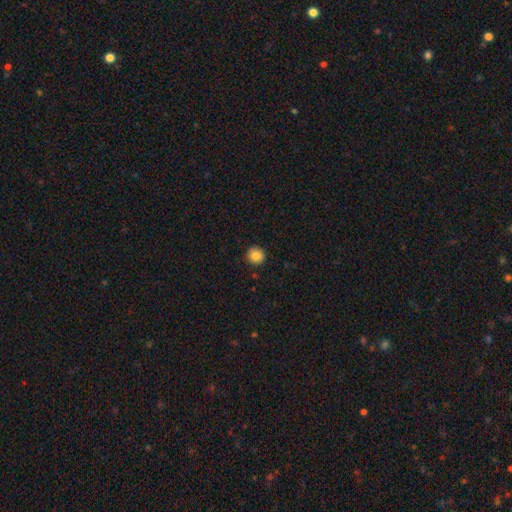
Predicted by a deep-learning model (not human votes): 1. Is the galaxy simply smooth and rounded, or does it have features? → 84% smooth, 10% star or artifact, 6% featured or disk.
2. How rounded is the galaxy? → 94% round, 5% in between, 1% cigar-shaped.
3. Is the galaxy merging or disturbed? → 90% none, 7% minor disturbance, 2% major disturbance, 1% merger.